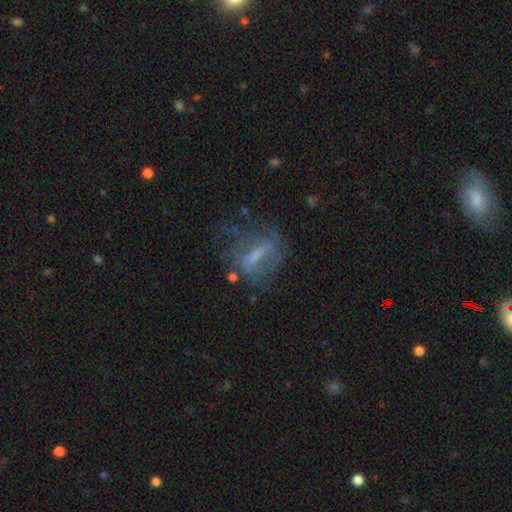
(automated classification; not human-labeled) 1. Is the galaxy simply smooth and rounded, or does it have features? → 56% featured or disk, 32% smooth, 12% star or artifact.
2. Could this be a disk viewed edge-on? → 83% no, 17% yes.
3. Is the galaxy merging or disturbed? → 52% none, 23% major disturbance, 21% minor disturbance, 4% merger.